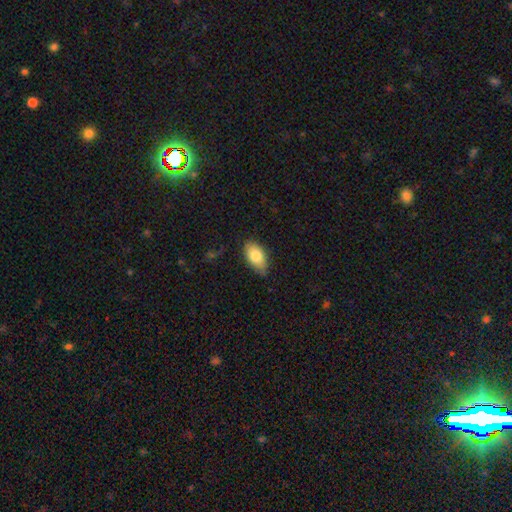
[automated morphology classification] smooth-or-featured: smooth: 80% | featured or disk: 13% | star or artifact: 7%
  how-rounded: in between: 92% | round: 4% | cigar-shaped: 3%
  merging: none: 74% | minor disturbance: 22% | major disturbance: 3% | merger: 1%